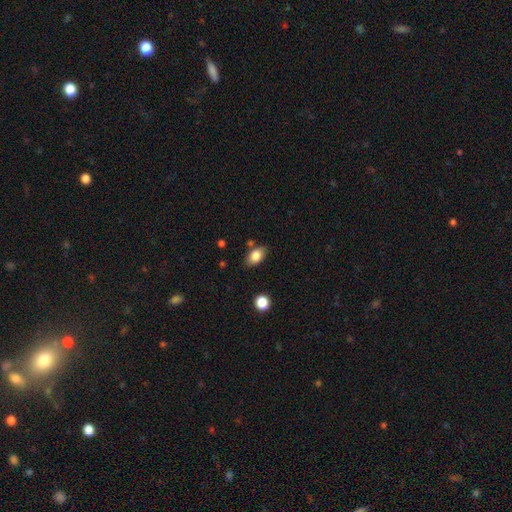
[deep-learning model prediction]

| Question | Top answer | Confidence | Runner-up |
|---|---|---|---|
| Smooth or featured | smooth | 81% | featured or disk (10%) |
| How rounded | in between | 86% | round (12%) |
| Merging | none | 79% | minor disturbance (13%) |